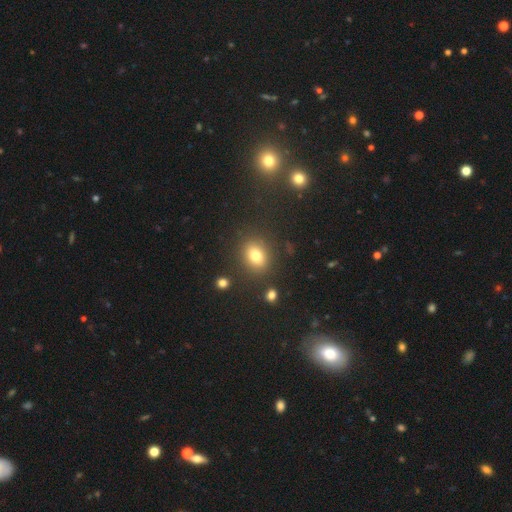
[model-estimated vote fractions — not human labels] Smooth or featured: smooth — 78% (star or artifact — 13%)
How rounded: in between — 52% (round — 46%)
Merging: none — 83% (minor disturbance — 10%)